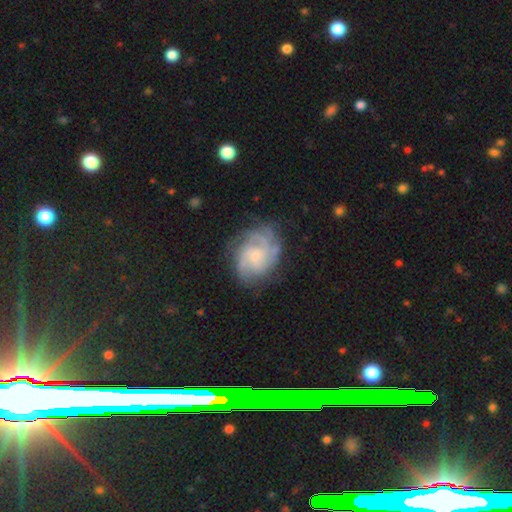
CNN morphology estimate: The model was most divided on "spiral arm count": 3: 31%, can't tell: 22%, 4: 18%, 2: 16%, more than 4: 6%, 1: 6%. More confident: edge-on disk — no (98%); spiral arms — yes (97%); smooth or featured — featured or disk (84%); merging — none (73%); bulge size — small (69%); bar — no (67%); spiral winding — tight (56%).